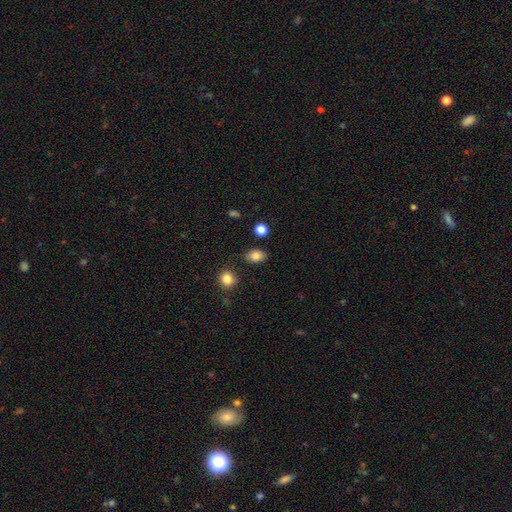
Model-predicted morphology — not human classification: smooth-or-featured: smooth: 83% | star or artifact: 9% | featured or disk: 7%
  how-rounded: in between: 81% | round: 18% | cigar-shaped: 2%
  merging: none: 84% | minor disturbance: 11% | merger: 3% | major disturbance: 2%